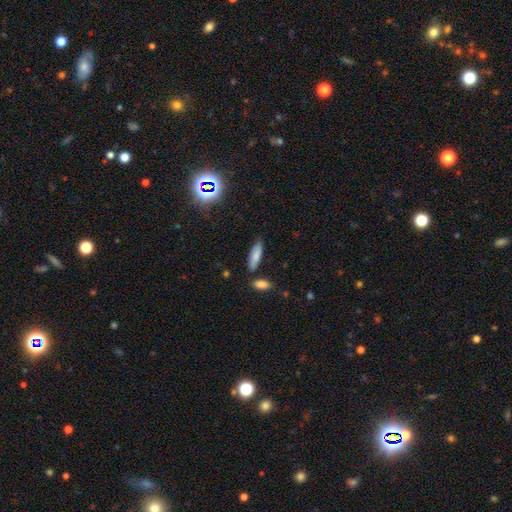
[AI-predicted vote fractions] Smooth or featured? smooth (81%)
How rounded? cigar-shaped (50%)
Merging? none (79%)